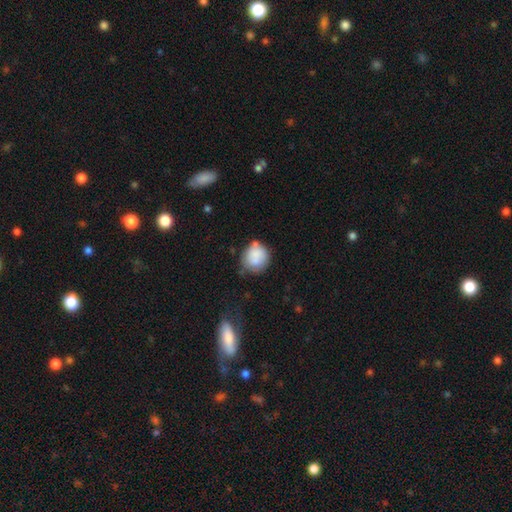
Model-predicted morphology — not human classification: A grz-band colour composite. It shows a smooth galaxy with no disk features (79%) that is round (83%). Merging: none (59%).